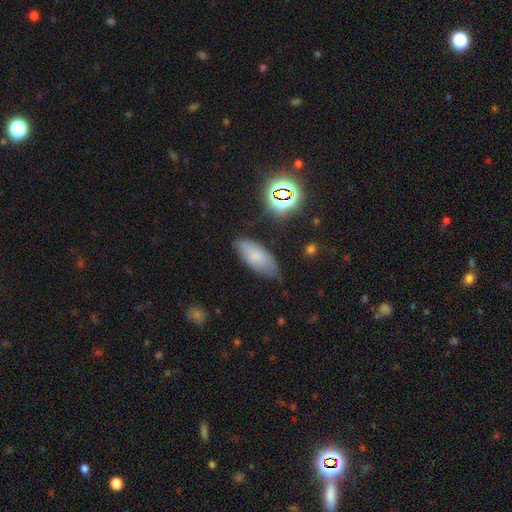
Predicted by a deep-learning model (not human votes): This appears to be a smooth galaxy with no disk features (68%) that is in between round and cigar-shaped (87%). Merging: none (67%).